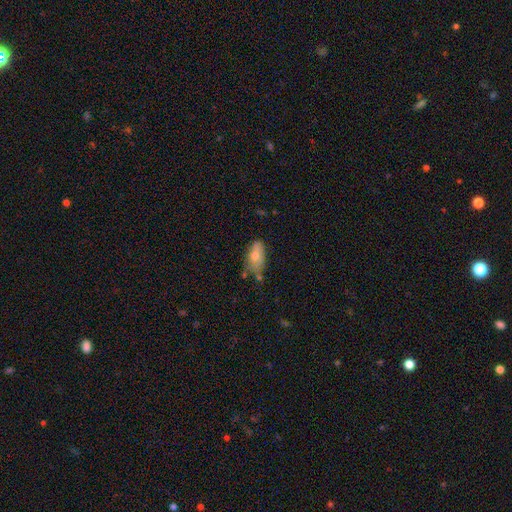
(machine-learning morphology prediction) type=smooth (70%); roundness=in between (88%); merging=none (54%).